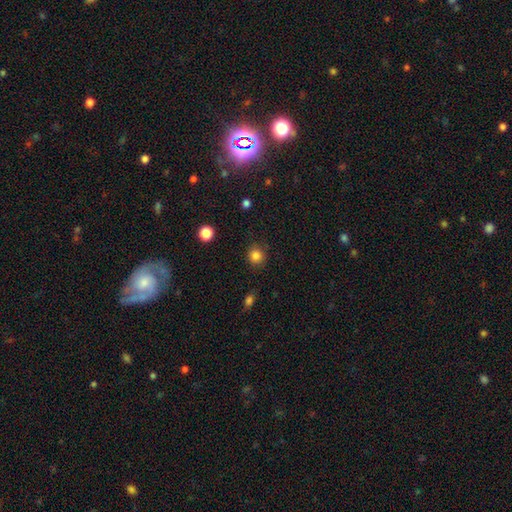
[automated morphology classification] smooth 84%, star or artifact 12%, featured or disk 4%. Down the decision tree: how rounded — round (91%); merging — none (87%).